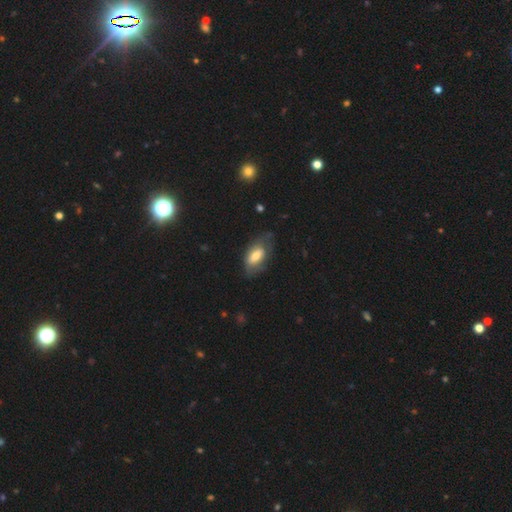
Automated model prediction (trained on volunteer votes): Smooth or featured? Predicted: smooth (p=0.65). How rounded? Predicted: in between (p=0.89). Merging? Predicted: none (p=0.58).